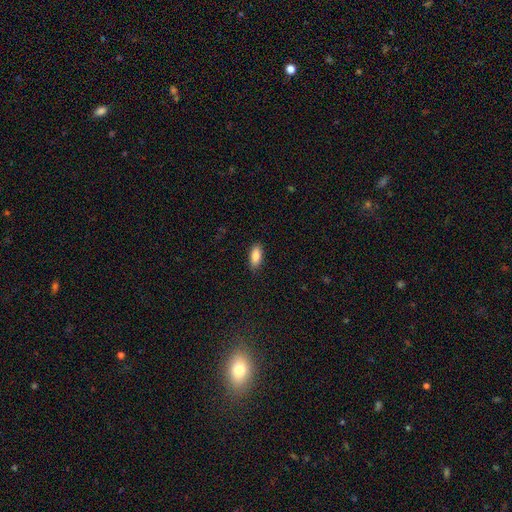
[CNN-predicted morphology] This is clearly a smooth galaxy (87%). How rounded: clearly in between (85%). Merging: clearly none (87%).